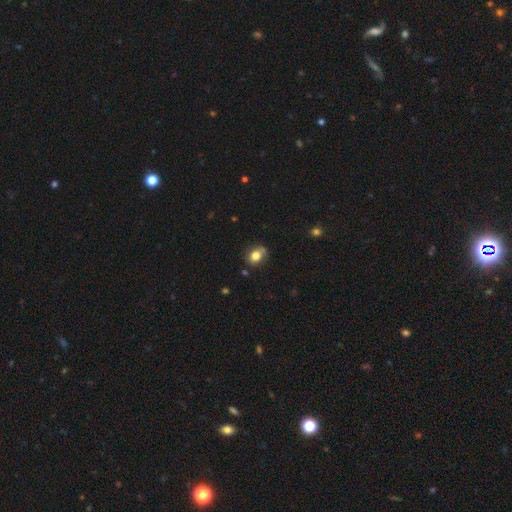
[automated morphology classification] Smooth or featured? Predicted: smooth (p=0.79). How rounded? Predicted: in between (p=0.52). Merging? Predicted: none (p=0.69).